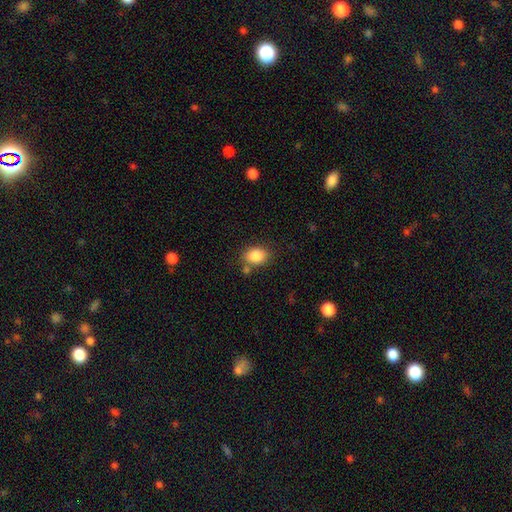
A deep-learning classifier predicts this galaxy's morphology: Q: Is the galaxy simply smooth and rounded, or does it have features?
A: smooth — 86%.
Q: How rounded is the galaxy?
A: in between — 70%.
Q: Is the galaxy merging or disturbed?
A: none — 74%.